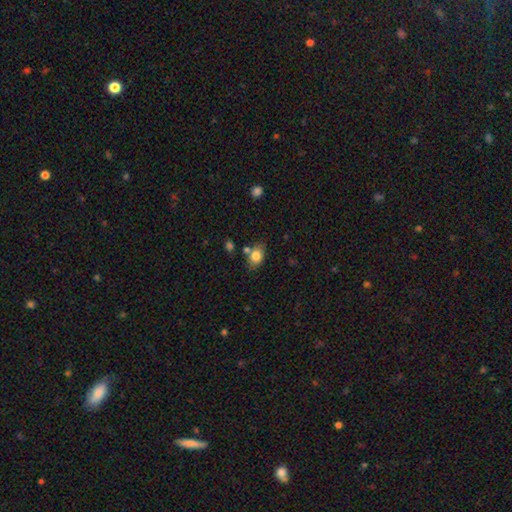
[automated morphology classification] type=smooth (81%); roundness=in between (75%); merging=none (66%).